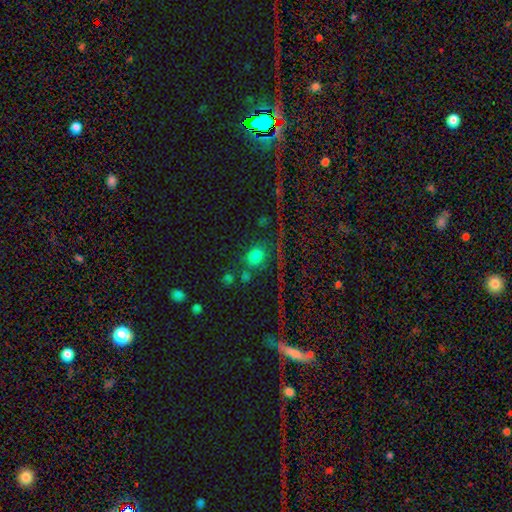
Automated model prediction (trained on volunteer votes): Smooth or featured?
  - smooth: 66% *
  - star or artifact: 26%
  - featured or disk: 8%
How rounded?
  - round: 68% *
  - in between: 30%
  - cigar-shaped: 3%
Merging?
  - none: 62% *
  - merger: 15%
  - minor disturbance: 14%
  - major disturbance: 10%